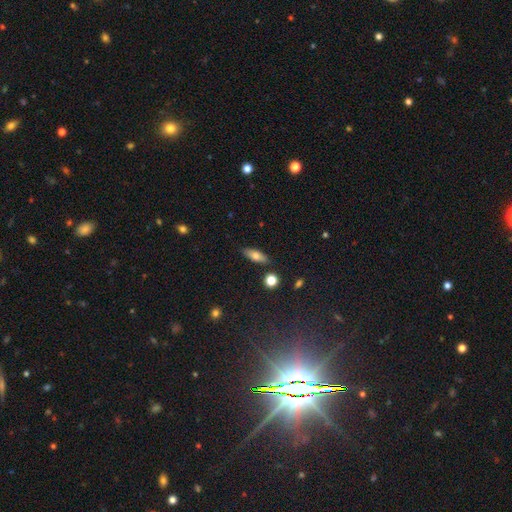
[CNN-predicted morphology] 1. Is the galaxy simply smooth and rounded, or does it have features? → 70% smooth, 22% featured or disk, 8% star or artifact.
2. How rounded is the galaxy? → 64% in between, 32% cigar-shaped, 4% round.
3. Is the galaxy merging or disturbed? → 85% none, 10% minor disturbance, 3% merger, 2% major disturbance.